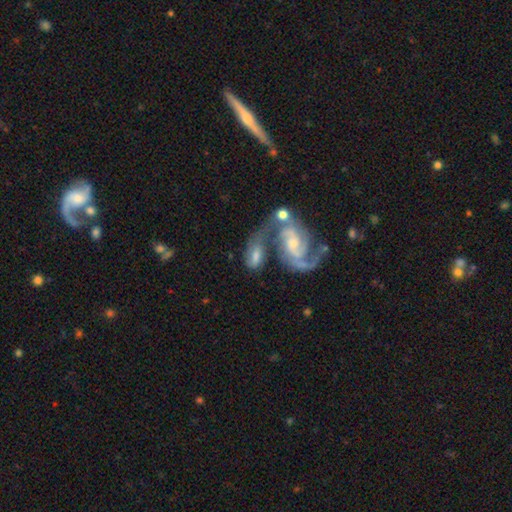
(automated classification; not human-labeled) This is likely a featured or disk galaxy (72%). It is clearly not viewed edge-on (95%). Bar: marginally weak (44%). Spiral arm pattern: clearly yes (93%). Spiral arm count: clearly 2 (84%). Spiral winding: possibly medium (50%). Central bulge: possibly small (49%). Merging: possibly merger (45%).